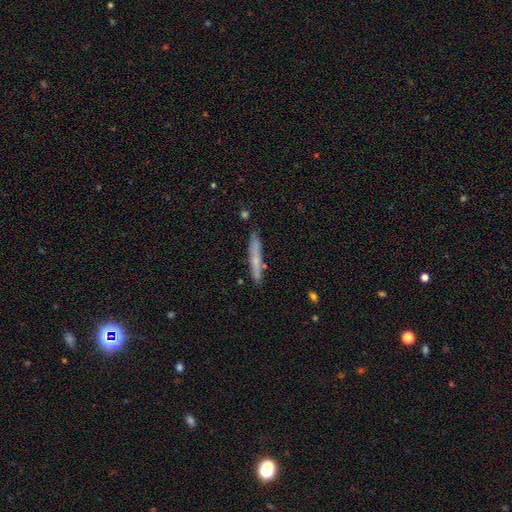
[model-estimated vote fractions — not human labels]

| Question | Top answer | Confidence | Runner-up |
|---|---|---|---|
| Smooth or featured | smooth | 55% | featured or disk (38%) |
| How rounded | cigar-shaped | 95% | in between (4%) |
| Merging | none | 84% | minor disturbance (11%) |